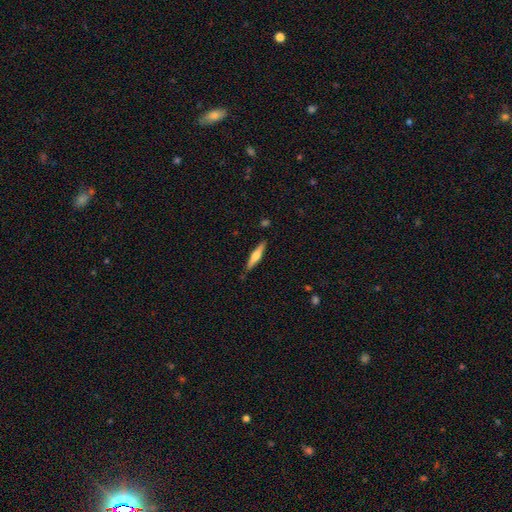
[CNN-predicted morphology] smooth_or_featured: featured or disk (p=0.50) [alt: smooth p=0.44]
disk_edge_on: yes (p=0.96) [alt: no p=0.04]
merging: none (p=0.87) [alt: minor disturbance p=0.10]